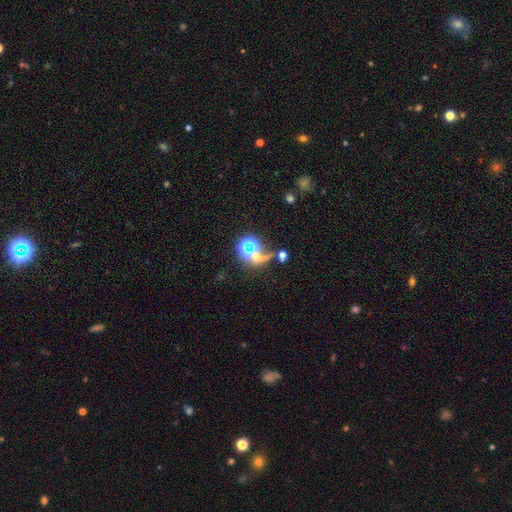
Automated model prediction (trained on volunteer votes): Morphology: type=star or artifact (50%).